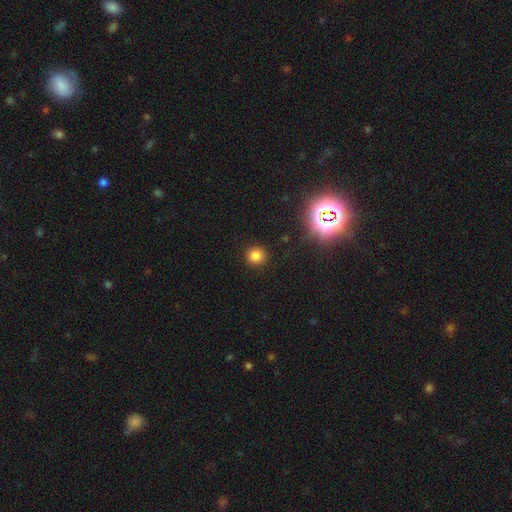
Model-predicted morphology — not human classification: A smooth galaxy with no disk features (79%) that is round (92%). Merging: none (91%).